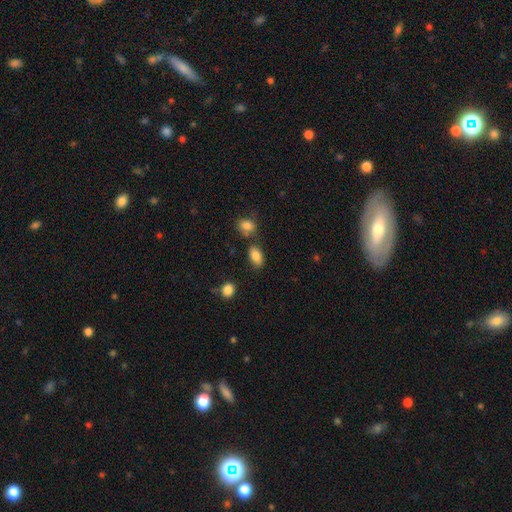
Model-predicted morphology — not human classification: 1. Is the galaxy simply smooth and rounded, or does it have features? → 84% smooth, 8% star or artifact, 8% featured or disk.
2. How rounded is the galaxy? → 91% in between, 6% round, 4% cigar-shaped.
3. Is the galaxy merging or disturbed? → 71% none, 13% minor disturbance, 12% merger, 4% major disturbance.